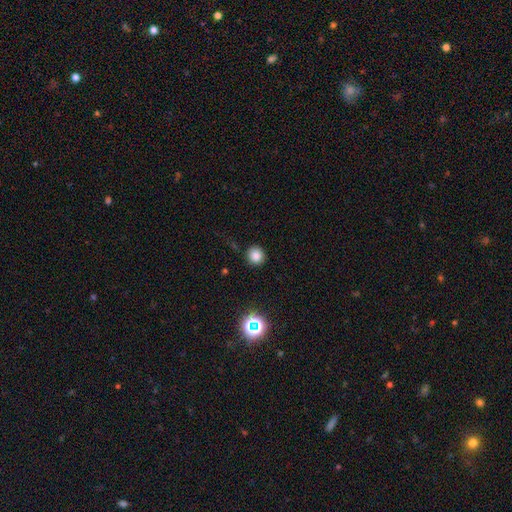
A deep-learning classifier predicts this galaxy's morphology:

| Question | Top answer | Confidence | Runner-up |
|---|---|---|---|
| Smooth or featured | smooth | 81% | star or artifact (14%) |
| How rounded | round | 92% | in between (7%) |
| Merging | none | 89% | minor disturbance (7%) |